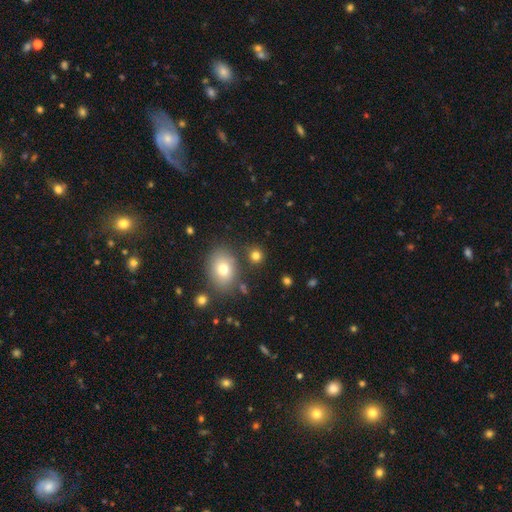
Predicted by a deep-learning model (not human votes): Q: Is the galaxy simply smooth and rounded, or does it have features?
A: smooth — 79%.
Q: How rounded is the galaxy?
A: round — 77%.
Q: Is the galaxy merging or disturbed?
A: none — 80%.